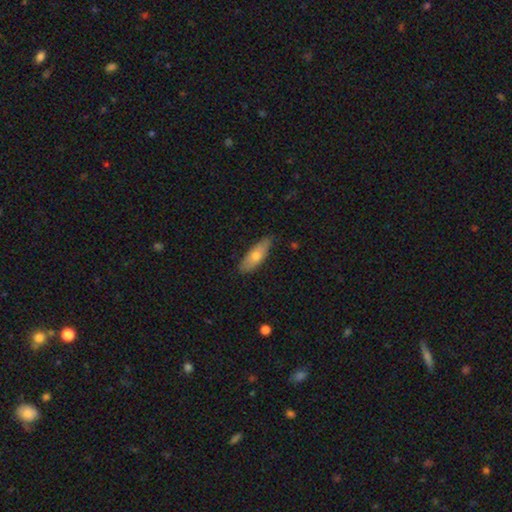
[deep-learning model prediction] Smooth or featured?
  - smooth: 65% *
  - featured or disk: 29%
  - star or artifact: 6%
How rounded?
  - in between: 57% *
  - cigar-shaped: 41%
  - round: 3%
Merging?
  - none: 80% *
  - minor disturbance: 16%
  - major disturbance: 2%
  - merger: 1%